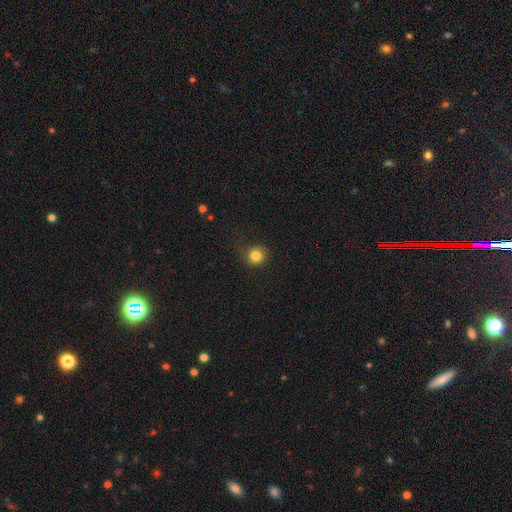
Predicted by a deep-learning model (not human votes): Morphology: type=smooth (83%); roundness=round (89%); merging=none (77%).